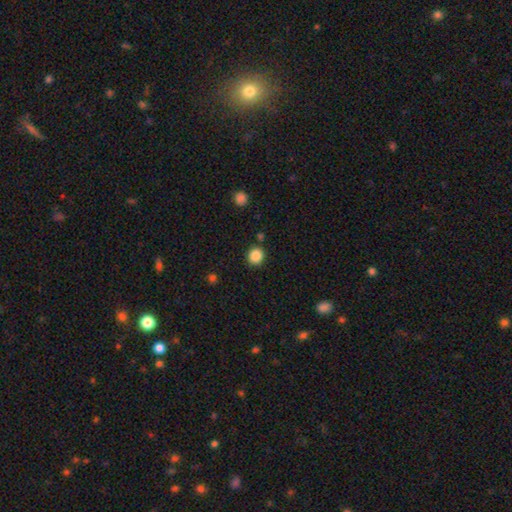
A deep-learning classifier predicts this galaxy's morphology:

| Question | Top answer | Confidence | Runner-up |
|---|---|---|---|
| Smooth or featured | smooth | 87% | star or artifact (10%) |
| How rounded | round | 88% | in between (11%) |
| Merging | none | 87% | minor disturbance (7%) |